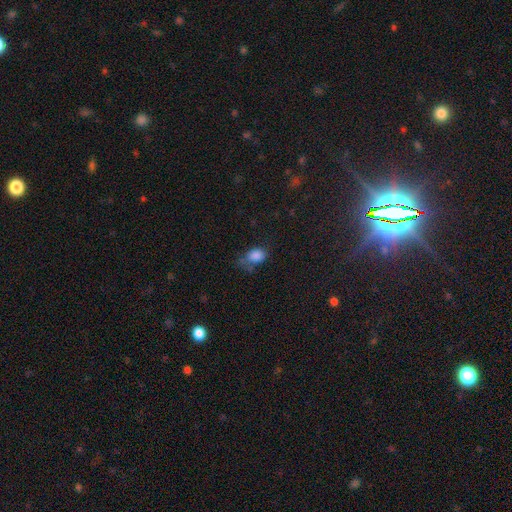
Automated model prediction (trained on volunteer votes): Smooth or featured?
  - smooth: 83% *
  - star or artifact: 11%
  - featured or disk: 6%
How rounded?
  - in between: 67% *
  - round: 32%
  - cigar-shaped: 1%
Merging?
  - none: 44% *
  - minor disturbance: 32%
  - major disturbance: 16%
  - merger: 7%